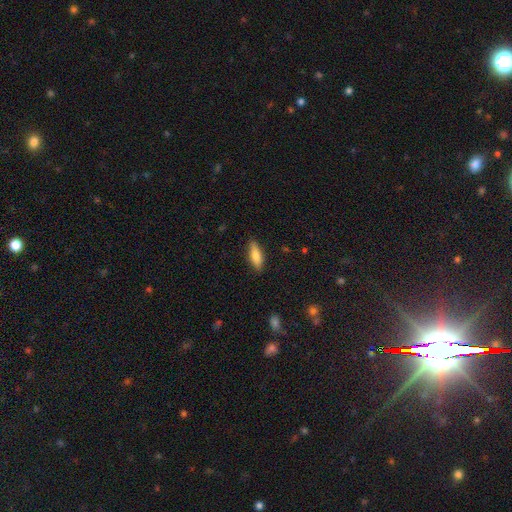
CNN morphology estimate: smooth 72%, featured or disk 22%, star or artifact 6%. Down the decision tree: how rounded — in between (52%); merging — none (87%).